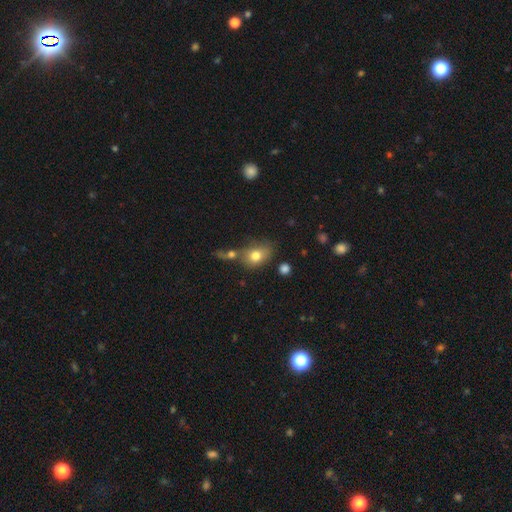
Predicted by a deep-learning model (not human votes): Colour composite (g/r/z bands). It shows a smooth galaxy with no disk features (77%) that is in between round and cigar-shaped (65%). Merging: none (48%).